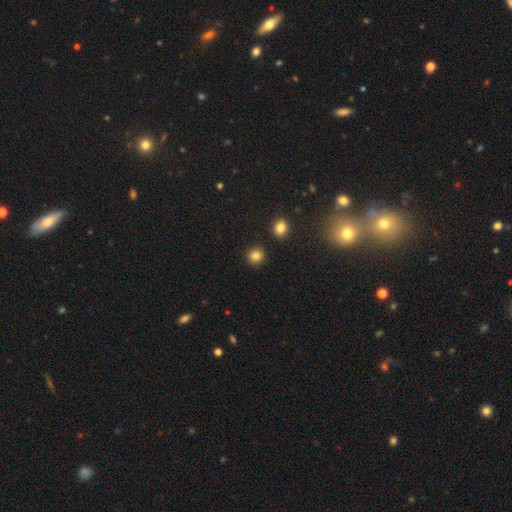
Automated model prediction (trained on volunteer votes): Q: Smooth or featured?
A: smooth (84%); runner-up: star or artifact (11%)
Q: How rounded?
A: round (90%); runner-up: in between (9%)
Q: Merging?
A: none (90%); runner-up: minor disturbance (5%)